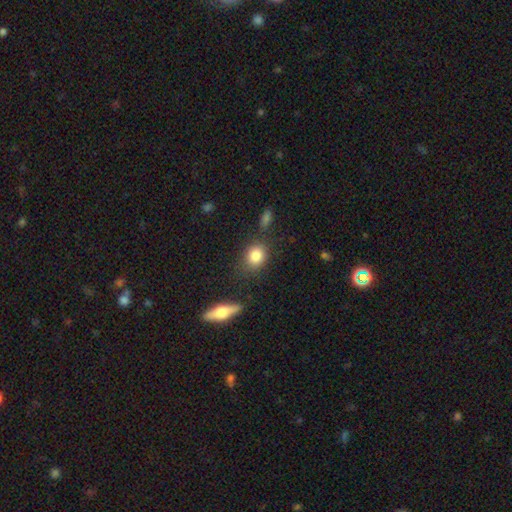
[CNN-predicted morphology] Smooth or featured: smooth — 83% (star or artifact — 9%)
How rounded: round — 57% (in between — 41%)
Merging: none — 74% (minor disturbance — 15%)